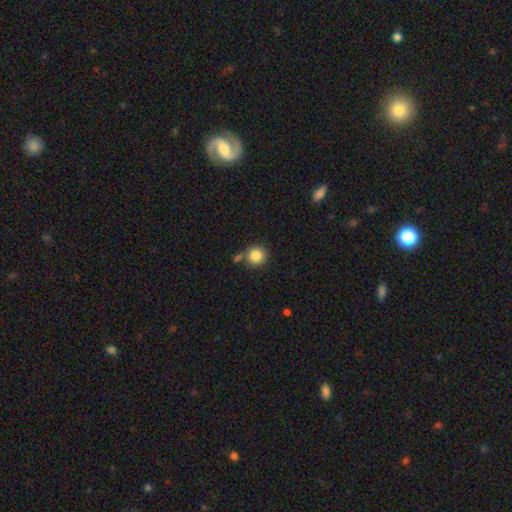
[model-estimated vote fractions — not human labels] The model was most divided on "merging": none: 72%, merger: 14%, minor disturbance: 10%, major disturbance: 3%. More confident: how rounded — round (92%); smooth or featured — smooth (85%).